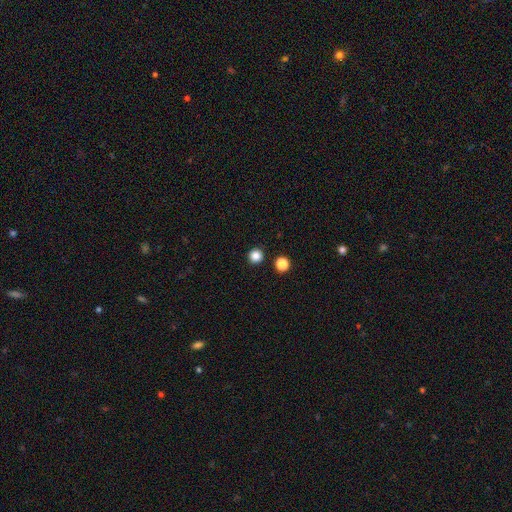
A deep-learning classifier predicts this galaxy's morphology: This appears to be a smooth galaxy with no disk features (84%) that is round (95%). Merging: none (92%).